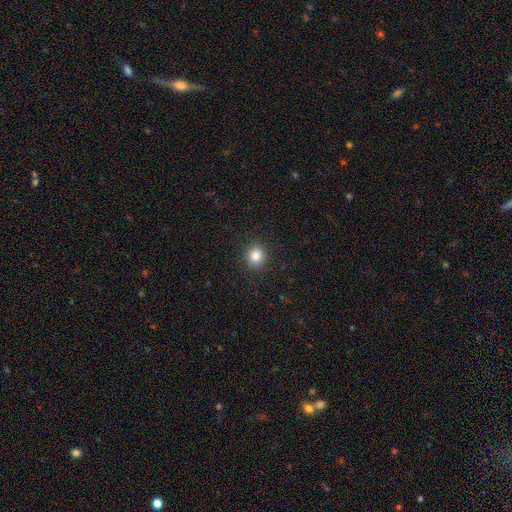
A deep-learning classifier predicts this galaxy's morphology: The model was most divided on "how rounded": round: 85%, in between: 14%, cigar-shaped: 1%. More confident: merging — none (91%); smooth or featured — smooth (84%).